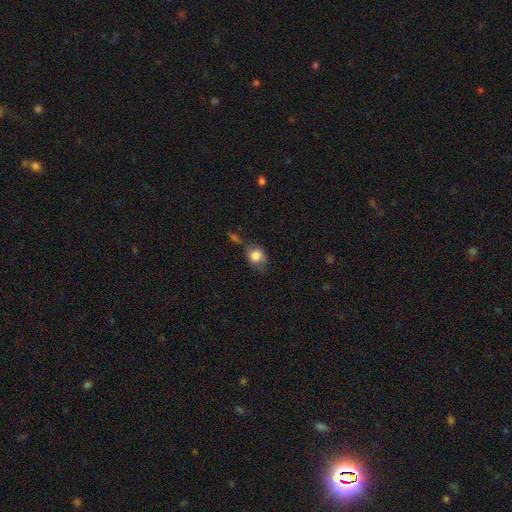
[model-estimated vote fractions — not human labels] A smooth galaxy with no disk features (82%) that is round (62%).

Vote fractions:
- Smooth or featured? smooth: 82% / featured or disk: 9% / star or artifact: 9%
- How rounded? round: 62% / in between: 36% / cigar-shaped: 1%
- Merging? none: 50% / minor disturbance: 27% / major disturbance: 12% / merger: 11%